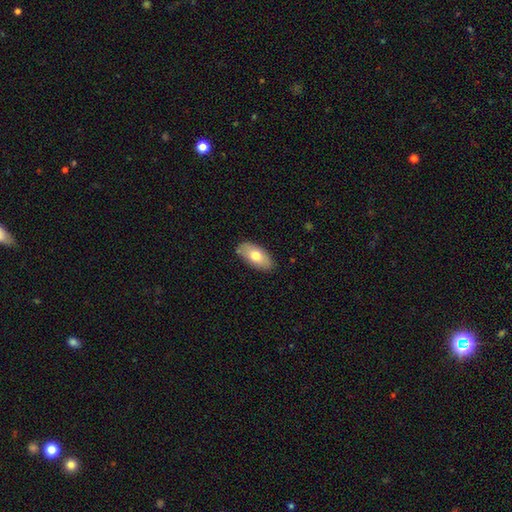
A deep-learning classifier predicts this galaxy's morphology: A smooth galaxy with no disk features (74%) that is in between round and cigar-shaped (92%). Merging: none (83%).